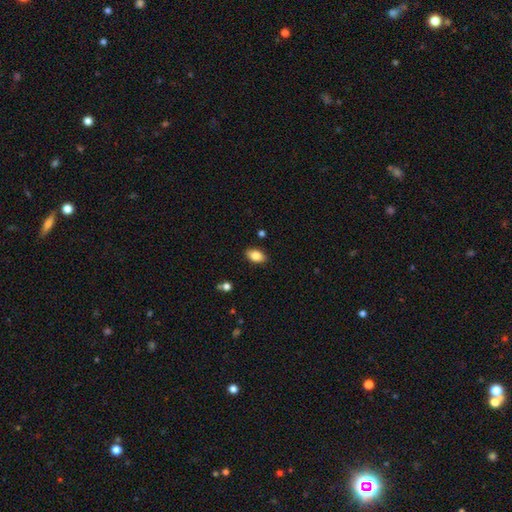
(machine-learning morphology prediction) A smooth galaxy with no disk features (83%) that is in between round and cigar-shaped (91%).

Vote fractions:
- Smooth or featured? smooth: 83% / featured or disk: 9% / star or artifact: 8%
- How rounded? in between: 91% / round: 7% / cigar-shaped: 2%
- Merging? none: 87% / minor disturbance: 9% / major disturbance: 2% / merger: 1%